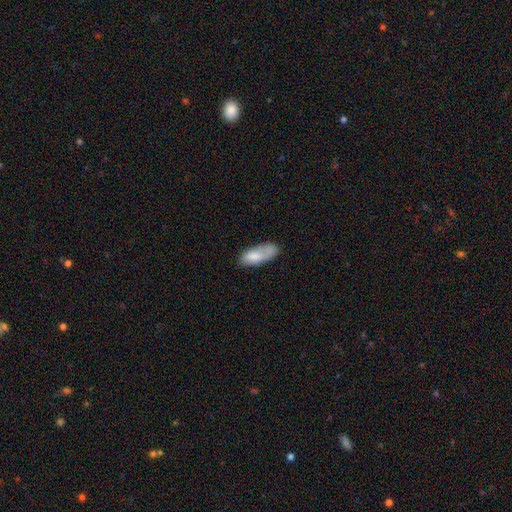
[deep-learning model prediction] A smooth galaxy with no disk features (77%) that is in between round and cigar-shaped (82%). Merging: none (50%).